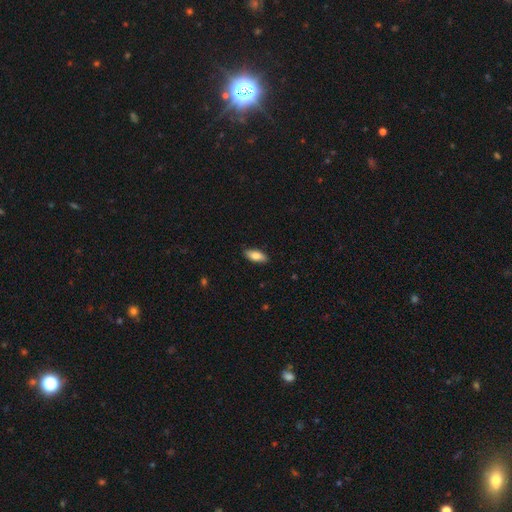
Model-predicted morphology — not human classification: A smooth galaxy with no disk features (81%) that is in between round and cigar-shaped (83%).

Vote fractions:
- Smooth or featured? smooth: 81% / featured or disk: 13% / star or artifact: 6%
- How rounded? in between: 83% / cigar-shaped: 15% / round: 2%
- Merging? none: 88% / minor disturbance: 10% / major disturbance: 2% / merger: 1%